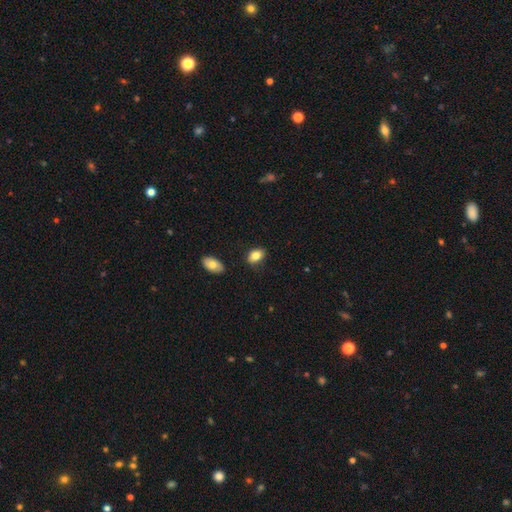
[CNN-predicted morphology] This appears to be a smooth galaxy with no disk features (81%) that is in between round and cigar-shaped (88%). Merging: none (82%).